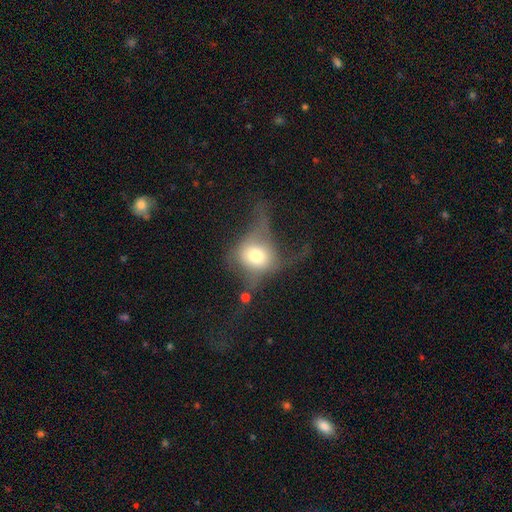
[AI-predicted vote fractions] A smooth galaxy with no disk features (49%). Merging: major disturbance (50%).